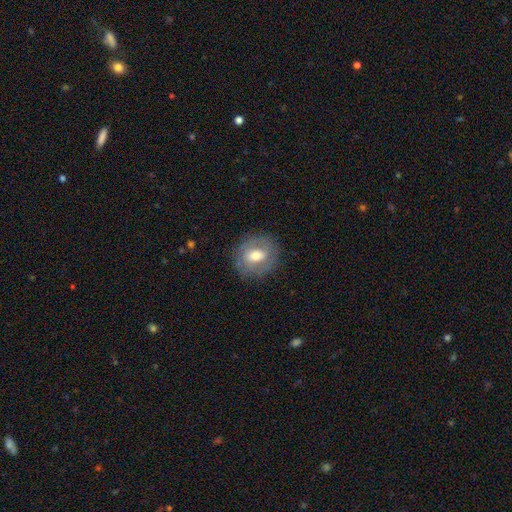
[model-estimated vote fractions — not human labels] smooth_or_featured: smooth (p=0.50) [alt: featured or disk p=0.42]
merging: none (p=0.79) [alt: minor disturbance p=0.13]